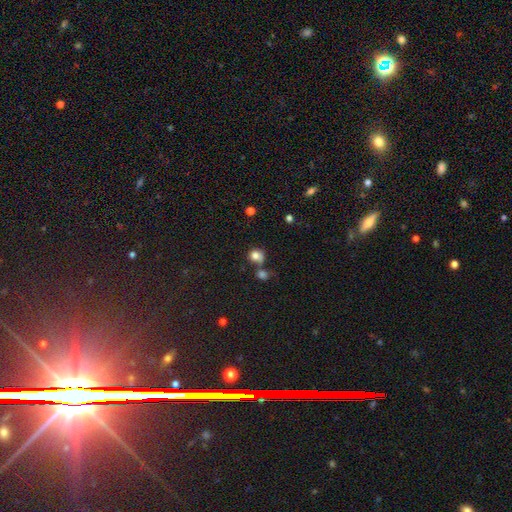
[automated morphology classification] Q: Smooth or featured?
A: smooth (79%); runner-up: star or artifact (12%)
Q: How rounded?
A: round (81%); runner-up: in between (18%)
Q: Merging?
A: none (49%); runner-up: merger (31%)